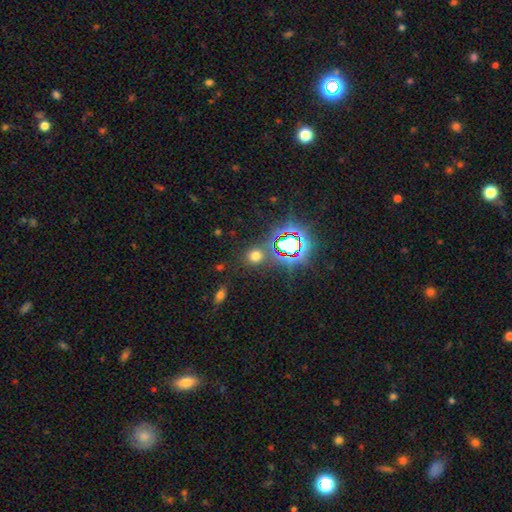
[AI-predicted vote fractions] Overall: smooth (59%; star or artifact 34%). How rounded: round (82%). Merging: none (81%).